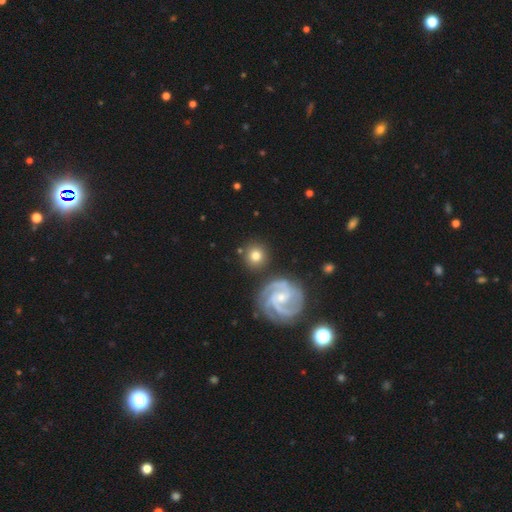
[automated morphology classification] smooth 61%, featured or disk 31%, star or artifact 8%. Down the decision tree: how rounded — round (93%); merging — none (86%).